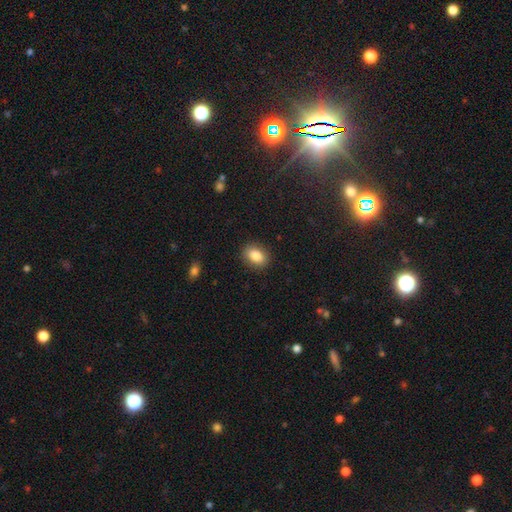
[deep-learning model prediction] Q: Smooth or featured?
A: smooth (86%); runner-up: star or artifact (8%)
Q: How rounded?
A: in between (76%); runner-up: round (23%)
Q: Merging?
A: none (88%); runner-up: minor disturbance (9%)